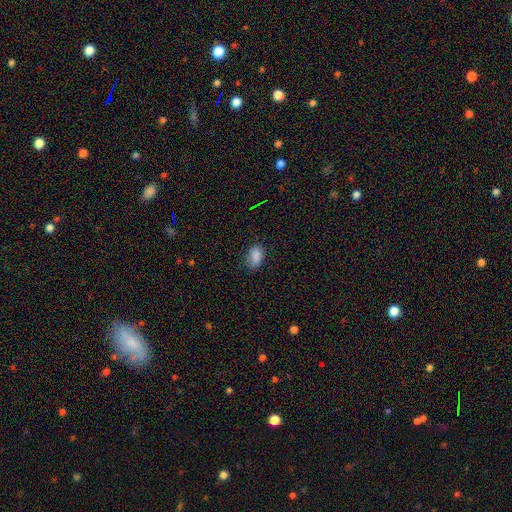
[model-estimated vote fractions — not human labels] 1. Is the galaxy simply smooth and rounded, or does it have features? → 86% smooth, 9% star or artifact, 5% featured or disk.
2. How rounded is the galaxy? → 89% in between, 9% round, 2% cigar-shaped.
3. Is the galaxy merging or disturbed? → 77% none, 18% minor disturbance, 4% major disturbance, 1% merger.